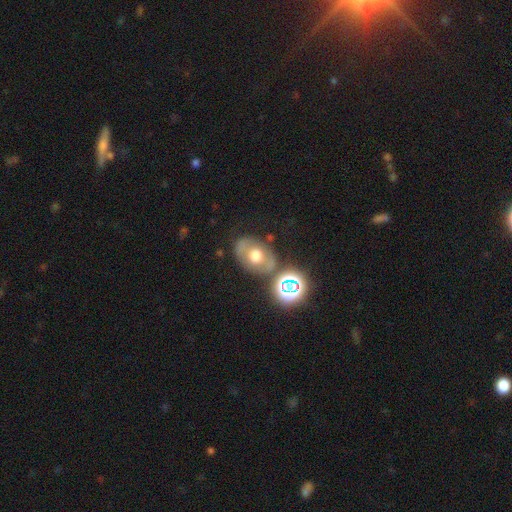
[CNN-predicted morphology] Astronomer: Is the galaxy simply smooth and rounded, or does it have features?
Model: smooth — 43% (runner-up: featured or disk, 41%).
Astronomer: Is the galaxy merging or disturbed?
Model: none — 68%.